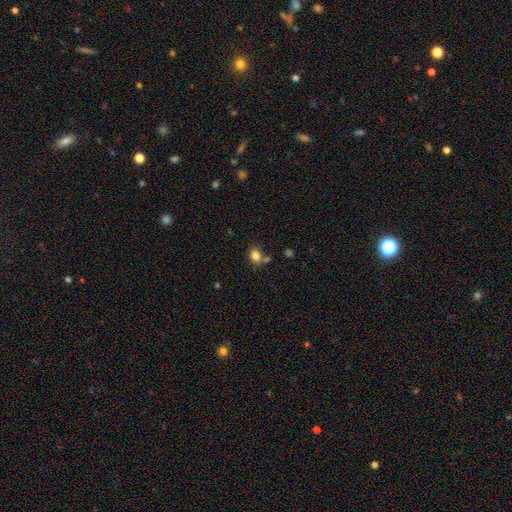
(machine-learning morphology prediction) smooth-or-featured: smooth: 81% | star or artifact: 12% | featured or disk: 7%
  how-rounded: in between: 51% | round: 48% | cigar-shaped: 1%
  merging: none: 64% | minor disturbance: 16% | merger: 16% | major disturbance: 5%